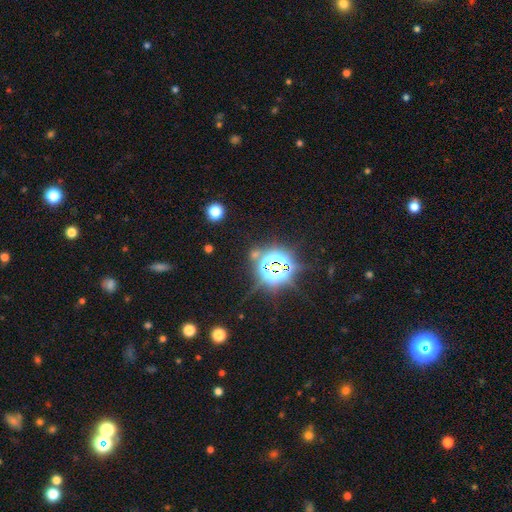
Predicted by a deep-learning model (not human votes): Q: Smooth or featured?
A: star or artifact (77%); runner-up: smooth (14%)